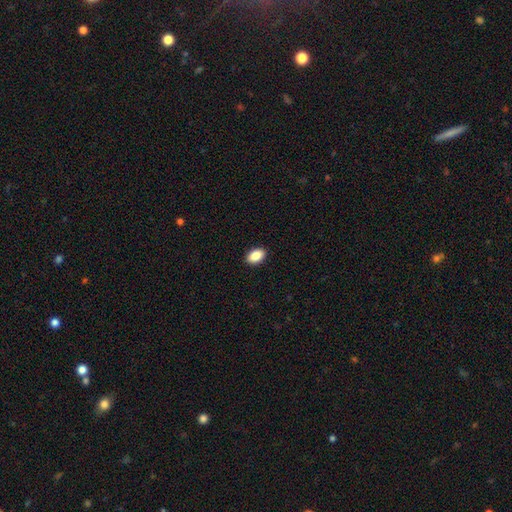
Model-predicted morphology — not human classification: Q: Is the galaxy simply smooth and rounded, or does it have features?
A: smooth — 88%.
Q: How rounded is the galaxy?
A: in between — 90%.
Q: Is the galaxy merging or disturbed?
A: none — 91%.